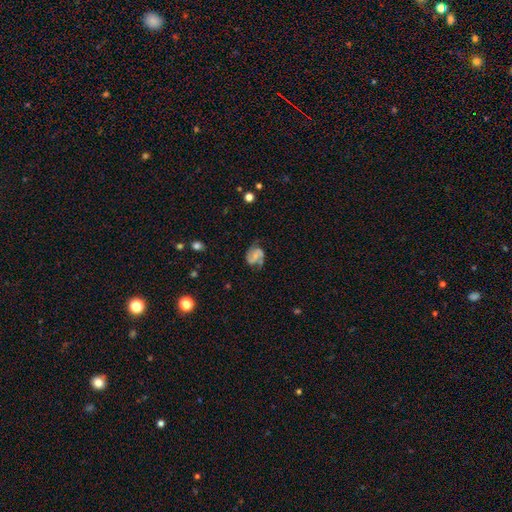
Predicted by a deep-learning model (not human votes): A featured or disk galaxy (64%) with no bar (43%), 2 (84%) medium (47%) spiral arms (87%) and a small central bulge (53%).

Vote fractions:
- Smooth or featured? featured or disk: 64% / smooth: 27% / star or artifact: 9%
- Edge-on disk? no: 98% / yes: 2%
- Bar? no: 43% / weak: 39% / strong: 17%
- Spiral arms? yes: 87% / no: 13%
- Spiral winding? medium: 47% / loose: 27% / tight: 26%
- Spiral arm count? 2: 84% / can't tell: 8% / 1: 4% / 3: 2% / 4: 1% / more than 4: 1%
- Bulge size? small: 53% / moderate: 26% / none: 17% / large: 2% / dominant: 1%
- Merging? none: 58% / minor disturbance: 24% / major disturbance: 13% / merger: 5%